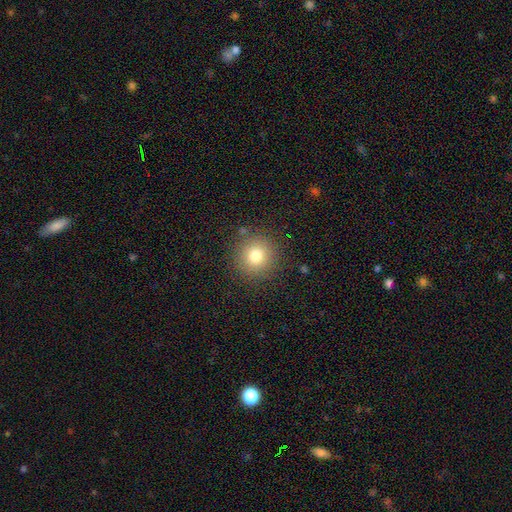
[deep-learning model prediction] smooth 78%, star or artifact 13%, featured or disk 9%. Down the decision tree: how rounded — round (94%); merging — none (88%).